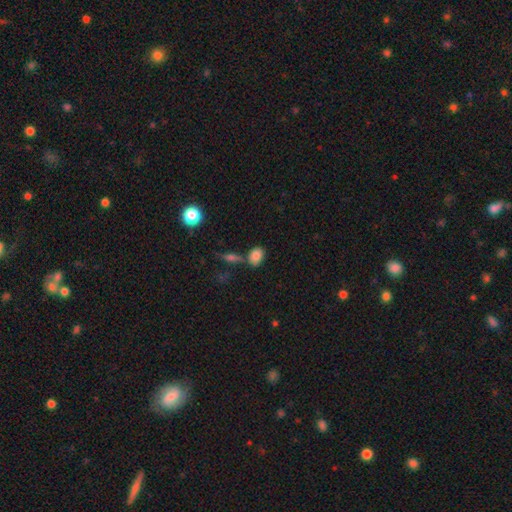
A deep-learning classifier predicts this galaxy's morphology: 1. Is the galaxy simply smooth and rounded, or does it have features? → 81% smooth, 10% star or artifact, 9% featured or disk.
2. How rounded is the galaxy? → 71% in between, 26% round, 2% cigar-shaped.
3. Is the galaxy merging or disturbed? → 64% none, 17% merger, 15% minor disturbance, 4% major disturbance.